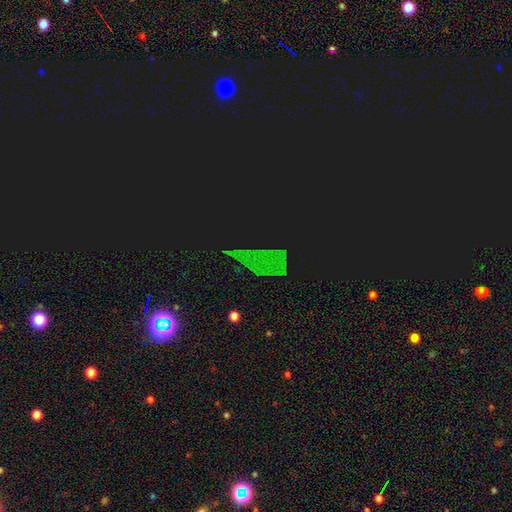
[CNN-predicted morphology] star or artifact 64%, smooth 20%, featured or disk 16%.